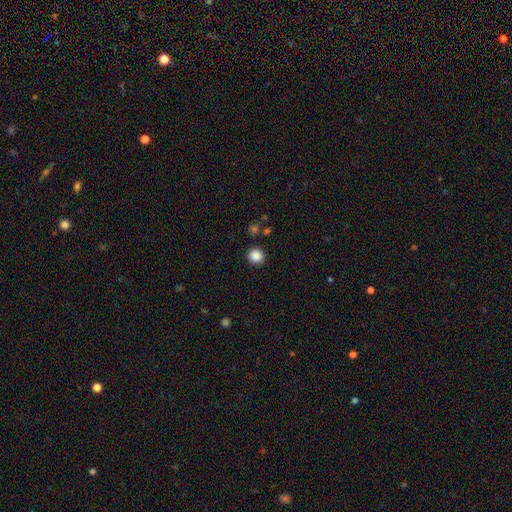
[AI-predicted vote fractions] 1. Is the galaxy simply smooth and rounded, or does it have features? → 87% smooth, 10% star or artifact, 3% featured or disk.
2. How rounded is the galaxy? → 86% round, 13% in between, 1% cigar-shaped.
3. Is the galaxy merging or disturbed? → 88% none, 7% minor disturbance, 3% merger, 2% major disturbance.